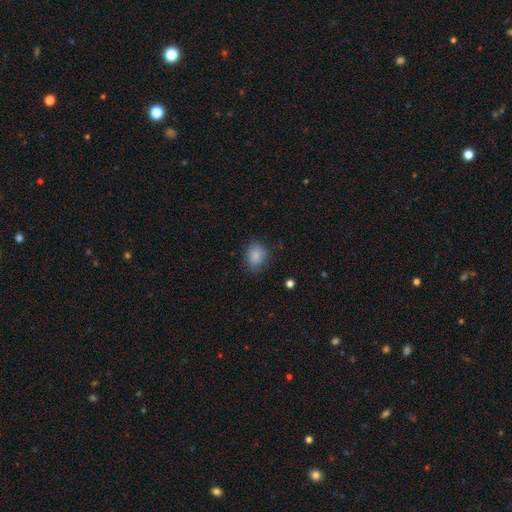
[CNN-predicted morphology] Overall: smooth (86%). How rounded: round (50%; in between 49%). Merging: none (76%).